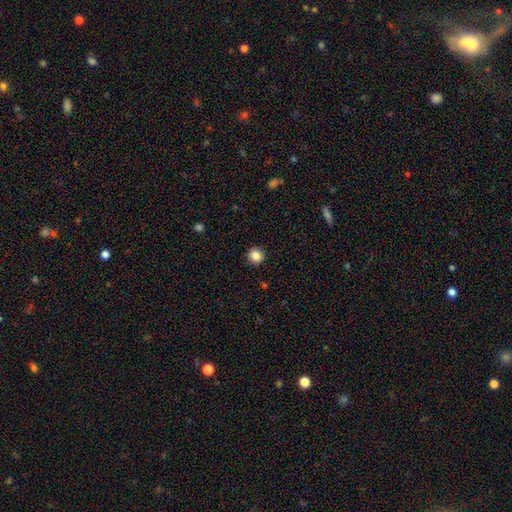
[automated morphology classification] Q: Smooth or featured?
A: smooth (85%); runner-up: star or artifact (10%)
Q: How rounded?
A: round (93%); runner-up: in between (6%)
Q: Merging?
A: none (92%); runner-up: minor disturbance (5%)